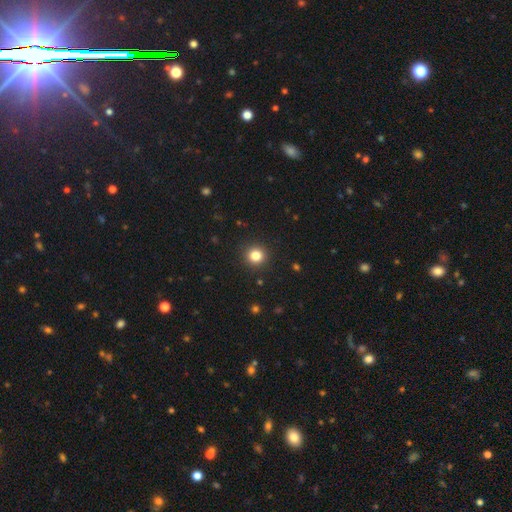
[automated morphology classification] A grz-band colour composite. It shows a smooth galaxy with no disk features (82%) that is round (93%). Merging: none (92%).